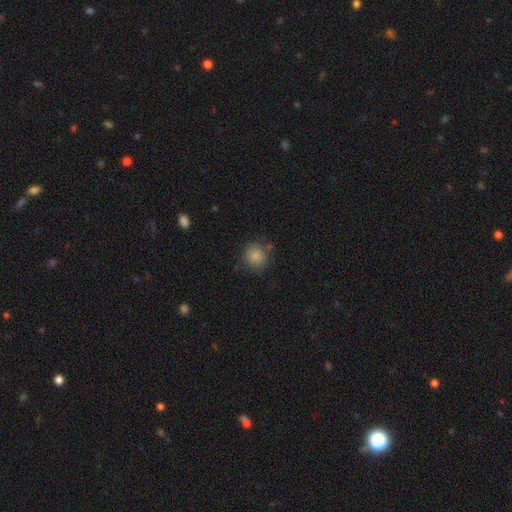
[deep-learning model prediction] smooth 84%, star or artifact 10%, featured or disk 5%. Down the decision tree: how rounded — round (90%); merging — none (79%).